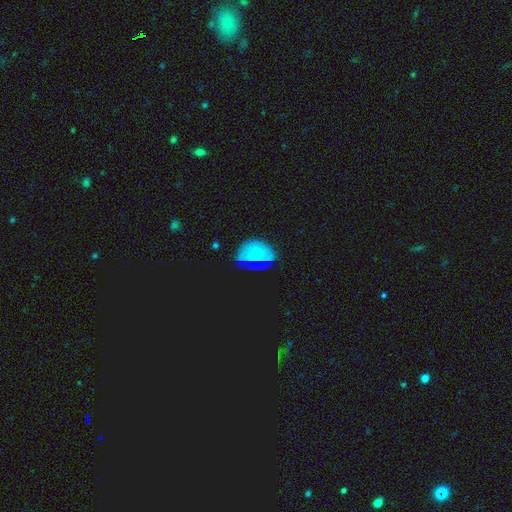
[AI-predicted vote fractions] smooth_or_featured: smooth (p=0.51) [alt: star or artifact p=0.30]
how_rounded: in between (p=0.52) [alt: round p=0.46]
merging: none (p=0.64) [alt: minor disturbance p=0.23]